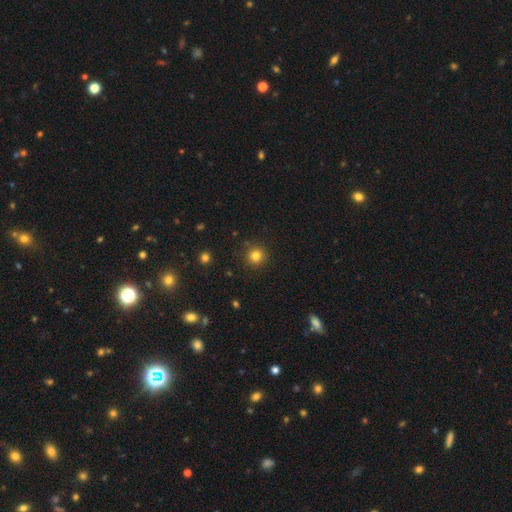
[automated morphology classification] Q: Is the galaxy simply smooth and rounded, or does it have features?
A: smooth — 81%.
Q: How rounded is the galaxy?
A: round — 94%.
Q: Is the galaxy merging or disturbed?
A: none — 90%.